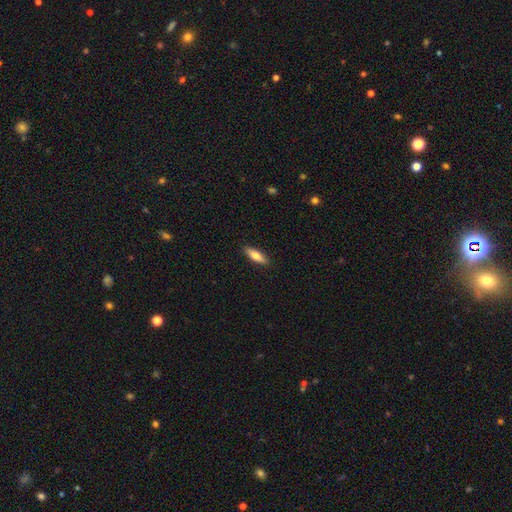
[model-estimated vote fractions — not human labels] Overall: smooth (69%). How rounded: cigar-shaped (55%; in between 43%). Merging: none (90%).